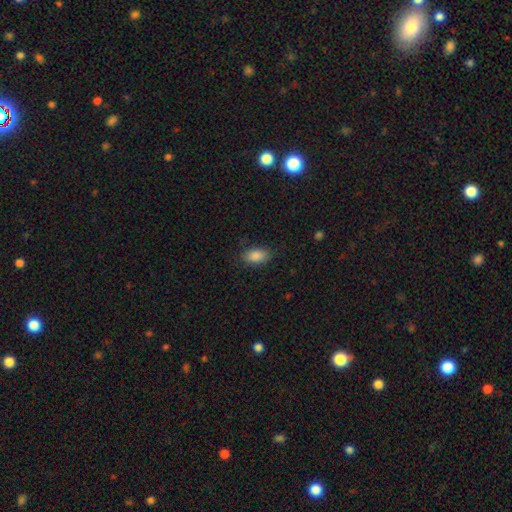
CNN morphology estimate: Overall: smooth (88%). How rounded: in between (91%). Merging: none (83%).